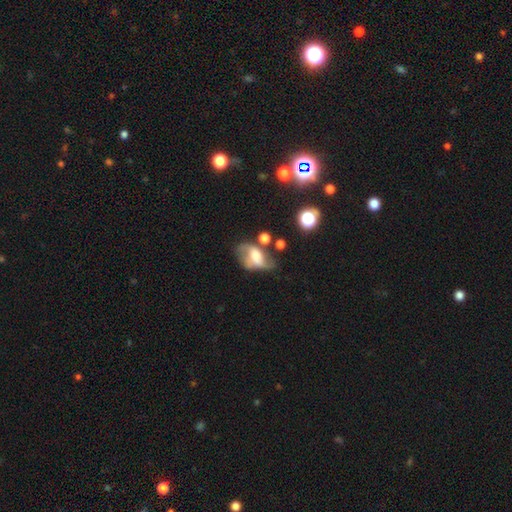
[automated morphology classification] A featured or disk galaxy (55%) with no bar (43%), spiral arms (67%) and a moderate central bulge (41%). Merging: none (36%).